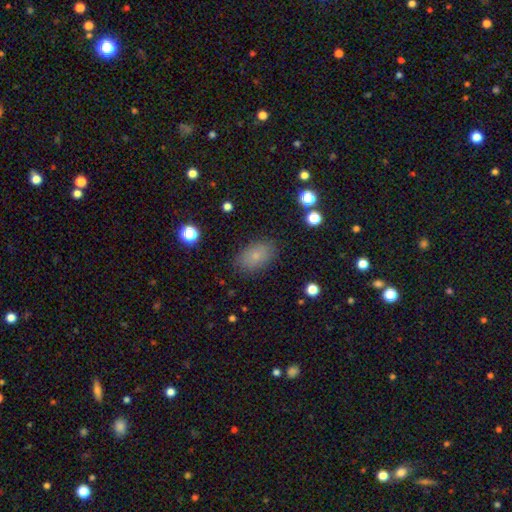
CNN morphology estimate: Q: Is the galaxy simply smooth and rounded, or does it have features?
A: smooth — 77%.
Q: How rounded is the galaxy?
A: in between — 87%.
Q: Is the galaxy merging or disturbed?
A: none — 84%.